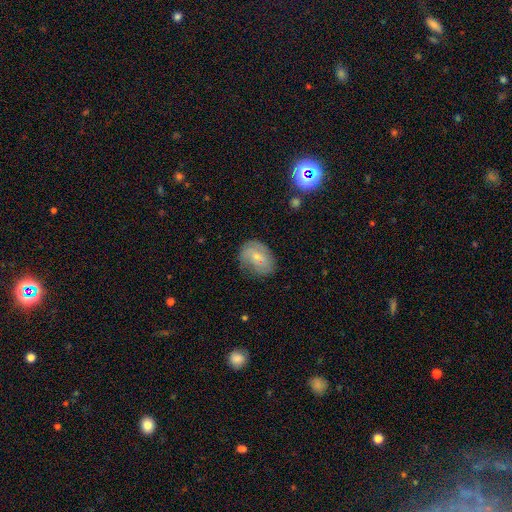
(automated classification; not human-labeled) Smooth or featured?
  - smooth: 48% *
  - featured or disk: 43%
  - star or artifact: 9%
Merging?
  - none: 58% *
  - minor disturbance: 26%
  - major disturbance: 10%
  - merger: 6%